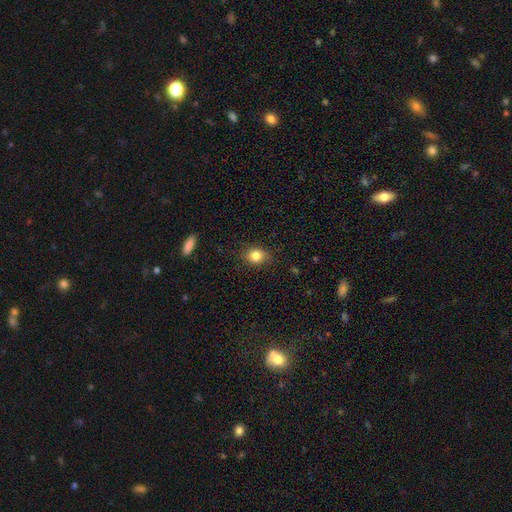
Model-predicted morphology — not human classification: The model was most divided on "how rounded": round: 63%, in between: 36%, cigar-shaped: 1%. More confident: merging — none (84%); smooth or featured — smooth (83%).